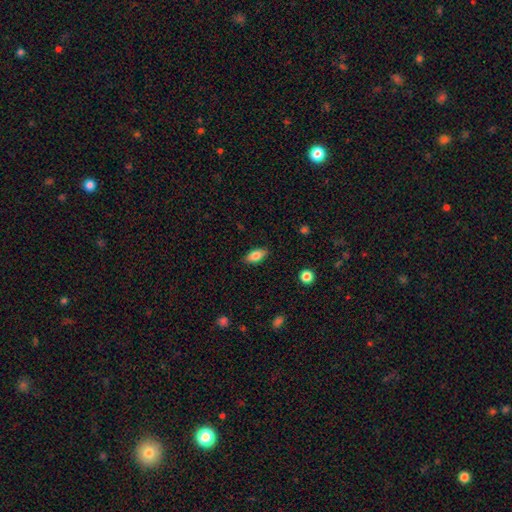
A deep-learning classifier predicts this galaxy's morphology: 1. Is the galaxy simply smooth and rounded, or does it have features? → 82% smooth, 10% featured or disk, 8% star or artifact.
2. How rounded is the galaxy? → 90% in between, 7% cigar-shaped, 4% round.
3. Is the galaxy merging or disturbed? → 86% none, 10% minor disturbance, 2% major disturbance, 1% merger.